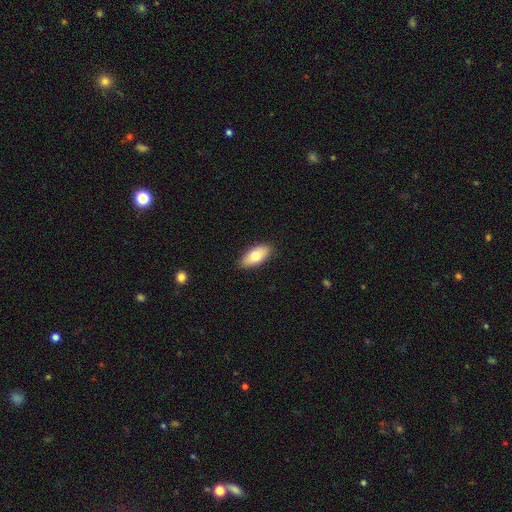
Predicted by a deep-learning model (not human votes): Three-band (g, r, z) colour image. It shows a smooth galaxy with no disk features (76%) that is in between round and cigar-shaped (89%). Merging: none (89%).